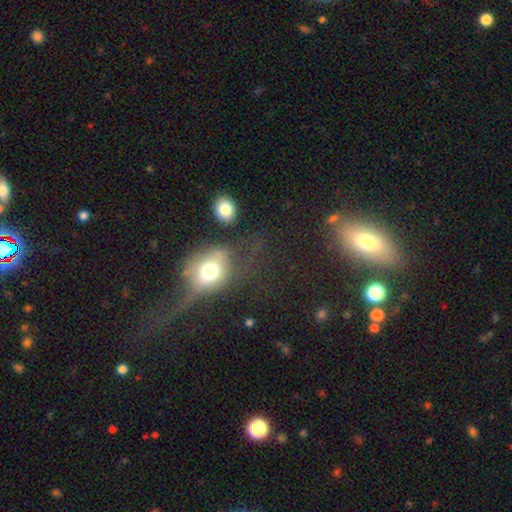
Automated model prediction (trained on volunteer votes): Q: Smooth or featured?
A: featured or disk (40%); runner-up: smooth (38%)
Q: Merging?
A: none (37%); runner-up: major disturbance (33%)